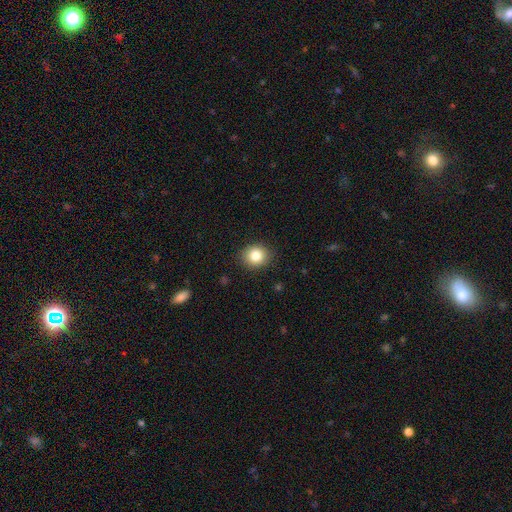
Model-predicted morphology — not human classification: Smooth or featured?
  - smooth: 84% *
  - star or artifact: 10%
  - featured or disk: 7%
How rounded?
  - round: 75% *
  - in between: 24%
  - cigar-shaped: 1%
Merging?
  - none: 89% *
  - minor disturbance: 8%
  - major disturbance: 2%
  - merger: 1%